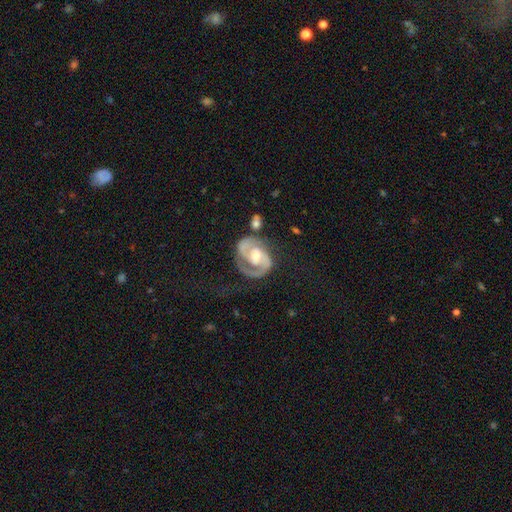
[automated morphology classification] Smooth or featured: featured or disk — 90% (smooth — 6%)
Edge-on disk: no — 98% (yes — 2%)
Bar: no — 42% (tied with weak — 42%)
Spiral arms: yes — 97% (no — 3%)
Spiral winding: medium — 48% (tight — 41%)
Spiral arm count: 2 — 86% (1 — 7%)
Bulge size: moderate — 62% (small — 29%)
Merging: none — 60% (minor disturbance — 20%)